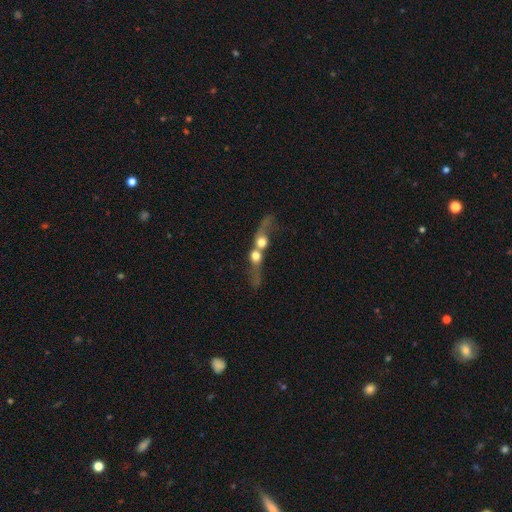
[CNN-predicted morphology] This is possibly a smooth galaxy (47%). Merging: likely merger (74%).